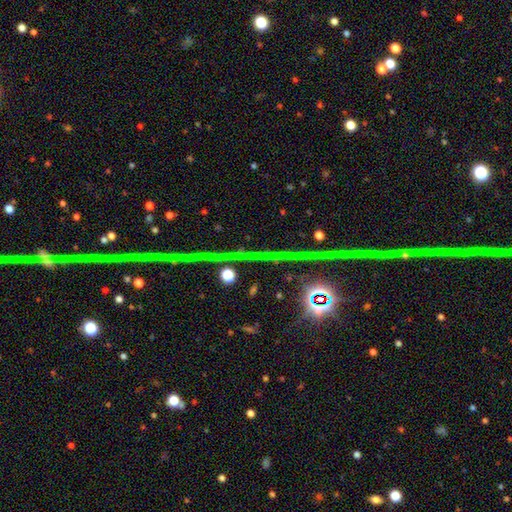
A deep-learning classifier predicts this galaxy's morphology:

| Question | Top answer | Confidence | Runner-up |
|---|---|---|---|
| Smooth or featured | star or artifact | 73% | featured or disk (16%) |